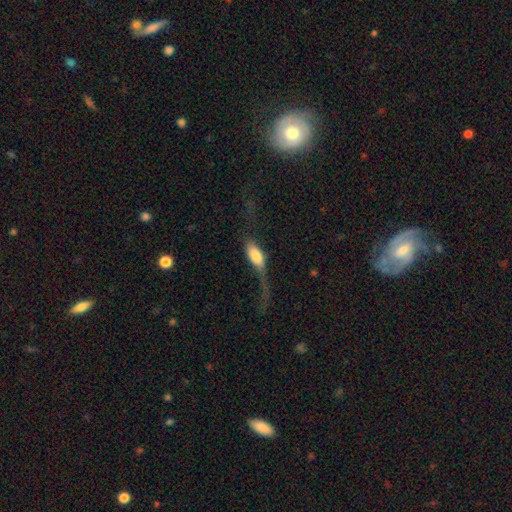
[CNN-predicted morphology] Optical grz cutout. It shows a smooth galaxy with no disk features (65%) that is in between round and cigar-shaped (79%). Merging: major disturbance (54%).